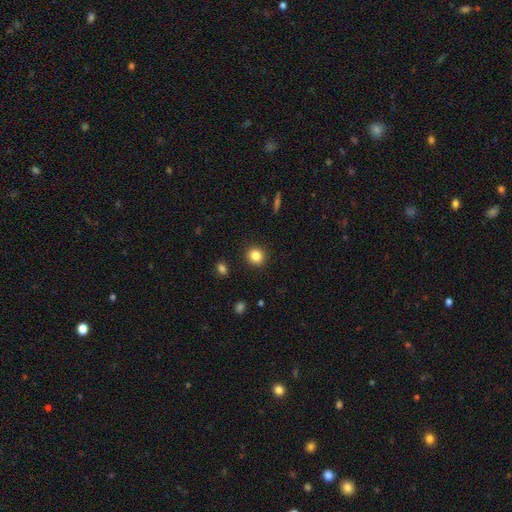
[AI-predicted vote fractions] smooth_or_featured: smooth (p=0.84) [alt: star or artifact p=0.11]
how_rounded: round (p=0.88) [alt: in between p=0.11]
merging: none (p=0.91) [alt: minor disturbance p=0.06]